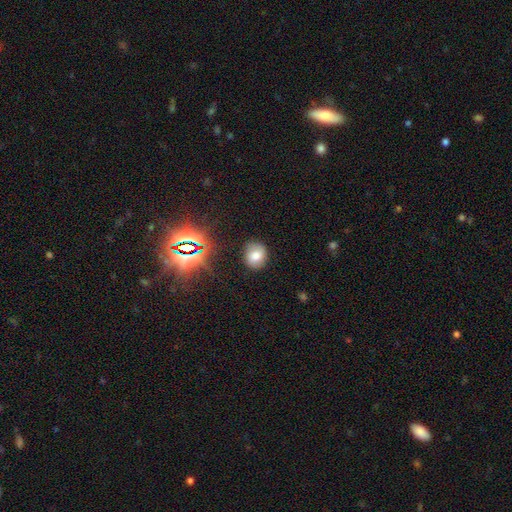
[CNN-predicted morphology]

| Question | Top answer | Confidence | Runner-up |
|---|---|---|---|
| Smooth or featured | smooth | 71% | star or artifact (16%) |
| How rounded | round | 68% | in between (31%) |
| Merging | none | 83% | minor disturbance (12%) |